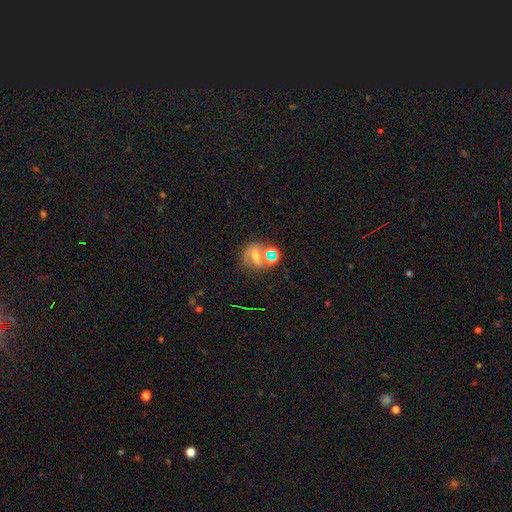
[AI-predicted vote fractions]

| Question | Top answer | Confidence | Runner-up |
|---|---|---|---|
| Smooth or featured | featured or disk | 46% | smooth (29%) |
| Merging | none | 62% | merger (15%) |